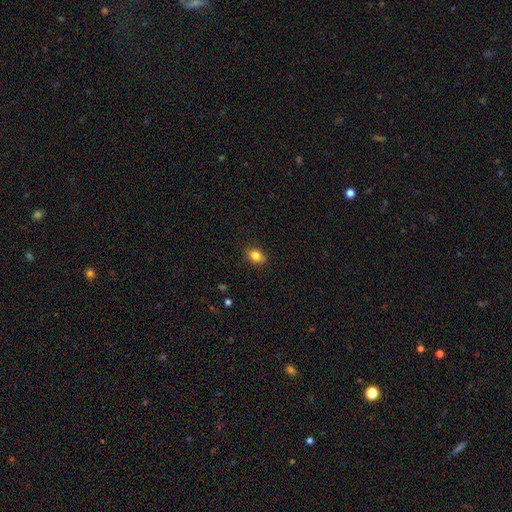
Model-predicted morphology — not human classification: This is clearly a smooth galaxy (84%). How rounded: likely in between (63%). Merging: clearly none (87%).